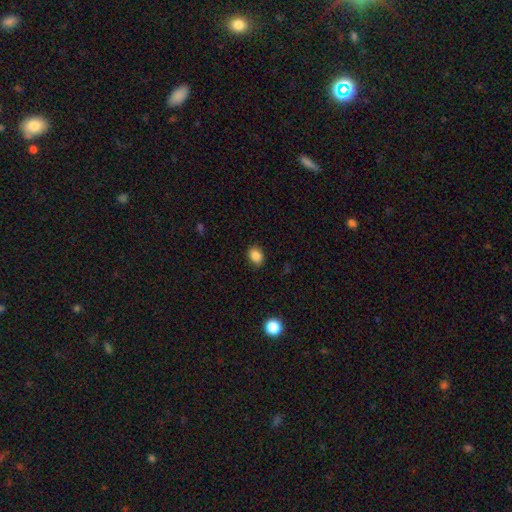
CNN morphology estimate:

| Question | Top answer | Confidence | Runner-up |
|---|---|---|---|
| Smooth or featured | smooth | 86% | star or artifact (10%) |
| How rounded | in between | 57% | round (42%) |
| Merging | none | 87% | minor disturbance (10%) |